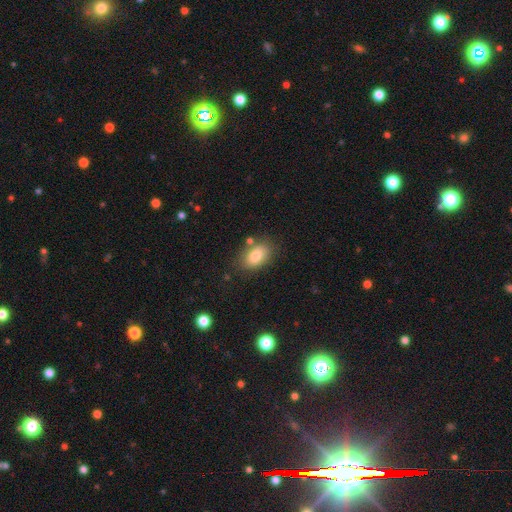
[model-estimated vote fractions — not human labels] Q: Smooth or featured?
A: smooth (82%); runner-up: featured or disk (11%)
Q: How rounded?
A: in between (89%); runner-up: round (9%)
Q: Merging?
A: none (75%); runner-up: minor disturbance (15%)